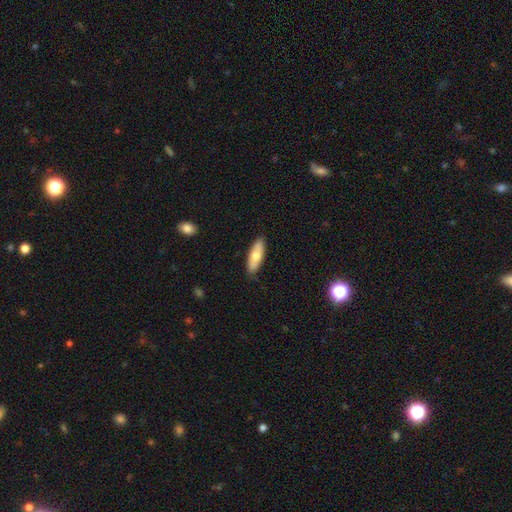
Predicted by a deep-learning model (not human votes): The model was most divided on "how rounded": in between: 59%, cigar-shaped: 39%, round: 2%. More confident: merging — none (87%); smooth or featured — smooth (68%).